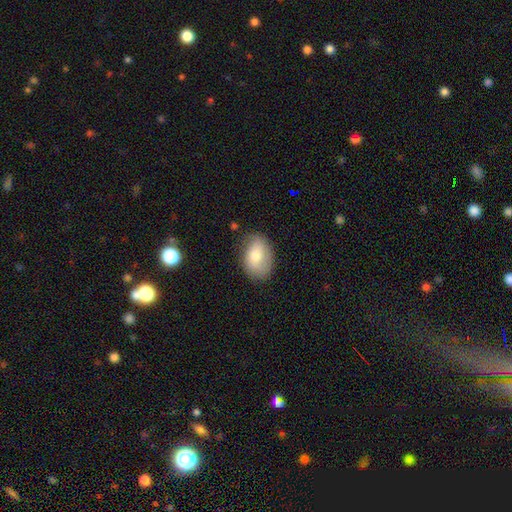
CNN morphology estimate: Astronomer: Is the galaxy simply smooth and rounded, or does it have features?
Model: smooth — 70%.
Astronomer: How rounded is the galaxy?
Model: in between — 86%.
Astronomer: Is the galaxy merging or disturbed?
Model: none — 72%.